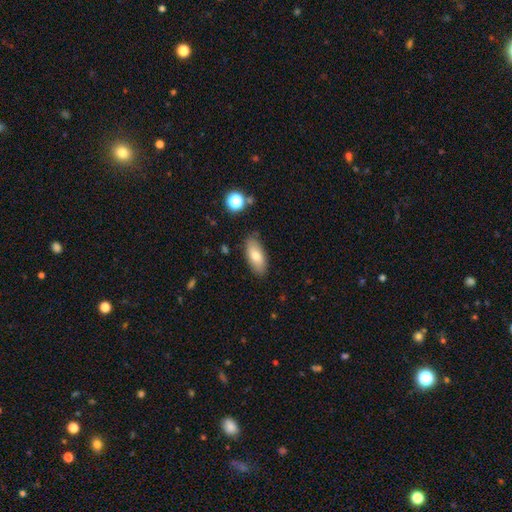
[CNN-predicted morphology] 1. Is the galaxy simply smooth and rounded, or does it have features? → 74% smooth, 18% featured or disk, 8% star or artifact.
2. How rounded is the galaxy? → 84% in between, 13% cigar-shaped, 3% round.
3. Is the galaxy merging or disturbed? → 82% none, 13% minor disturbance, 3% major disturbance, 2% merger.